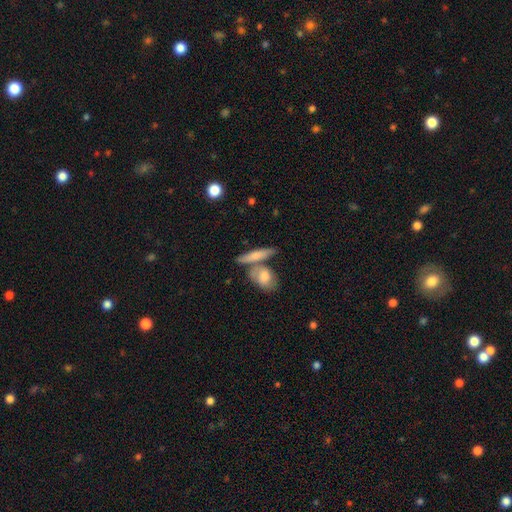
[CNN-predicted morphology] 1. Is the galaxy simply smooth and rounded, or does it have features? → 65% smooth, 29% featured or disk, 6% star or artifact.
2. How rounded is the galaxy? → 68% cigar-shaped, 26% in between, 6% round.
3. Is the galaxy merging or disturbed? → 58% none, 27% merger, 11% minor disturbance, 4% major disturbance.